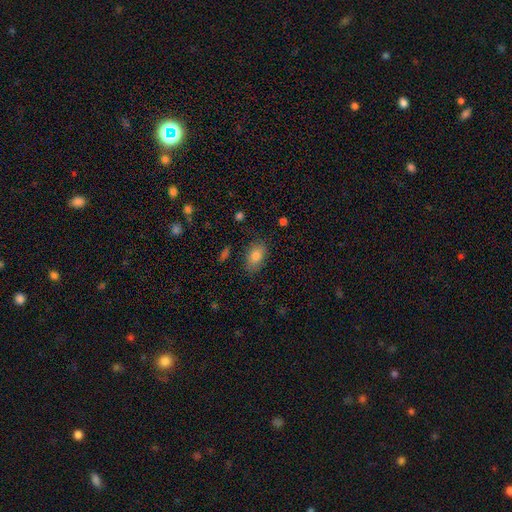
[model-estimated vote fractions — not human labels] smooth_or_featured: smooth (p=0.83) [alt: featured or disk p=0.09]
how_rounded: in between (p=0.88) [alt: round p=0.10]
merging: none (p=0.80) [alt: minor disturbance p=0.15]